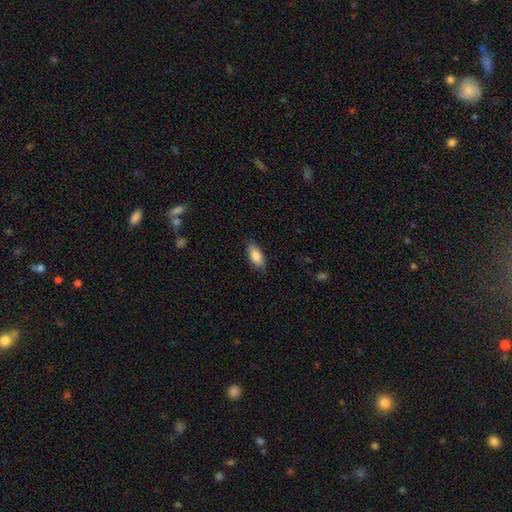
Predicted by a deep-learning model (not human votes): smooth_or_featured: smooth (p=0.86) [alt: featured or disk p=0.08]
how_rounded: in between (p=0.87) [alt: cigar-shaped p=0.11]
merging: none (p=0.84) [alt: minor disturbance p=0.12]